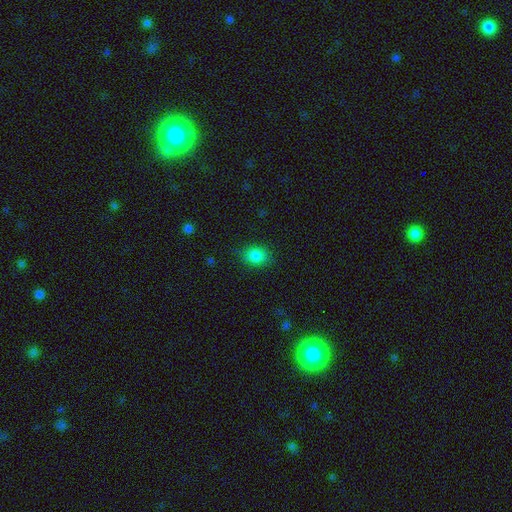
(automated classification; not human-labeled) Smooth or featured? smooth (84%)
How rounded? in between (54%)
Merging? none (80%)